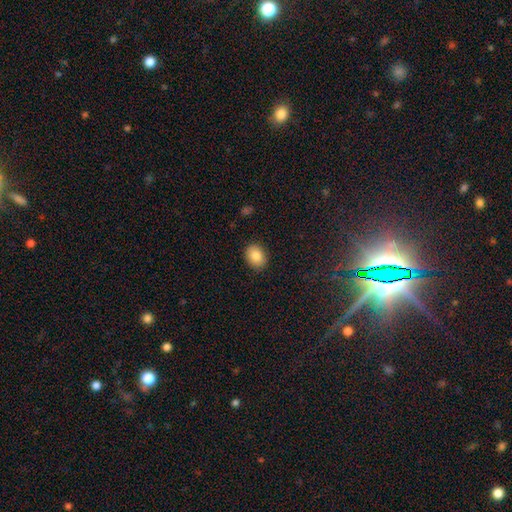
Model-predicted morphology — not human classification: This is clearly a smooth galaxy (86%). How rounded: possibly in between (51%). Merging: clearly none (89%).